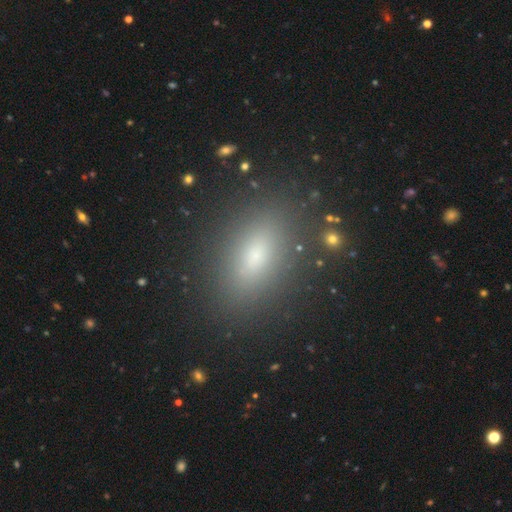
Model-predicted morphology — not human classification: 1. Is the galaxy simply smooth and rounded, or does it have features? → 70% smooth, 17% star or artifact, 13% featured or disk.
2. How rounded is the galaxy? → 78% in between, 12% cigar-shaped, 10% round.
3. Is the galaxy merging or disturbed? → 87% none, 8% minor disturbance, 3% major disturbance, 2% merger.